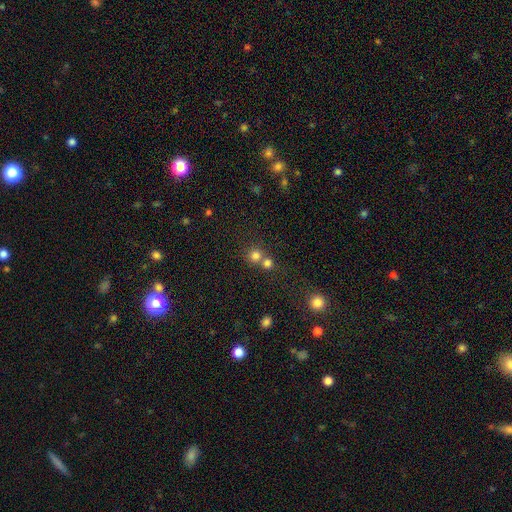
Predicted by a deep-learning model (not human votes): The model was most divided on "merging": none: 48%, merger: 44%, minor disturbance: 5%, major disturbance: 2%. More confident: how rounded — round (90%); smooth or featured — smooth (77%).